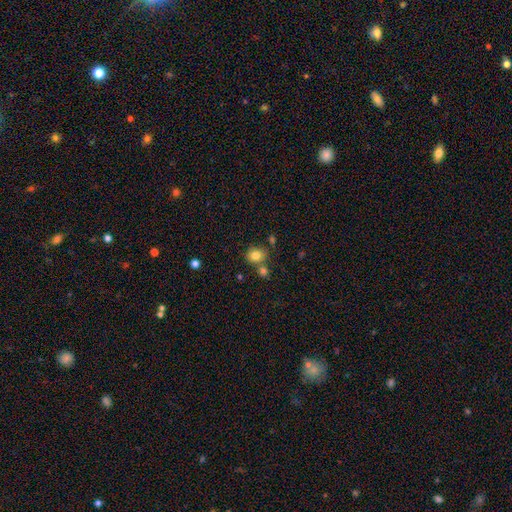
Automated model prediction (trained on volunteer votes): A smooth galaxy with no disk features (81%) that is round (73%).

Vote fractions:
- Smooth or featured? smooth: 81% / star or artifact: 11% / featured or disk: 8%
- How rounded? round: 73% / in between: 26% / cigar-shaped: 1%
- Merging? none: 67% / merger: 18% / minor disturbance: 11% / major disturbance: 3%